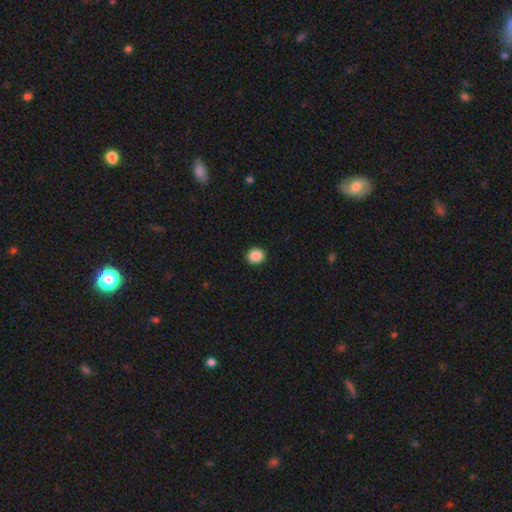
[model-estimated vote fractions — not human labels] Smooth or featured? Predicted: smooth (p=0.88). How rounded? Predicted: round (p=0.74). Merging? Predicted: none (p=0.92).